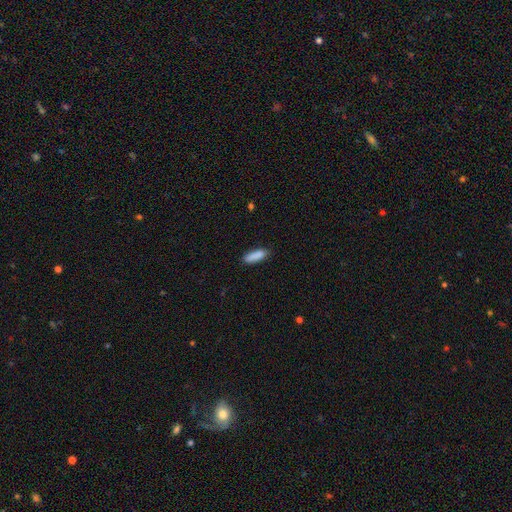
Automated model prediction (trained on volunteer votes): smooth-or-featured: smooth: 88% | star or artifact: 7% | featured or disk: 5%
  how-rounded: cigar-shaped: 55% | in between: 44% | round: 2%
  merging: none: 84% | minor disturbance: 12% | major disturbance: 2% | merger: 2%